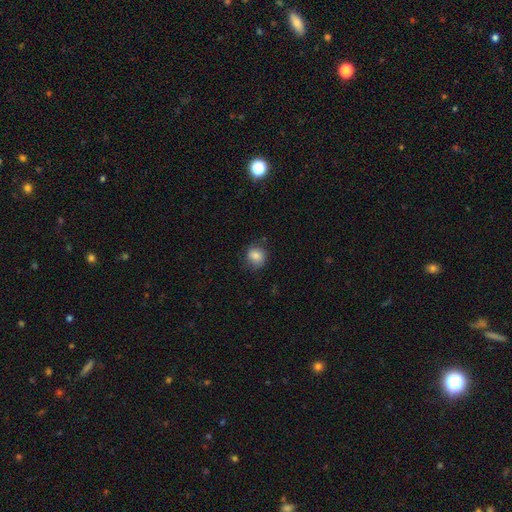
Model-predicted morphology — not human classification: Q: Smooth or featured?
A: smooth (82%); runner-up: star or artifact (10%)
Q: How rounded?
A: round (79%); runner-up: in between (20%)
Q: Merging?
A: none (76%); runner-up: minor disturbance (18%)